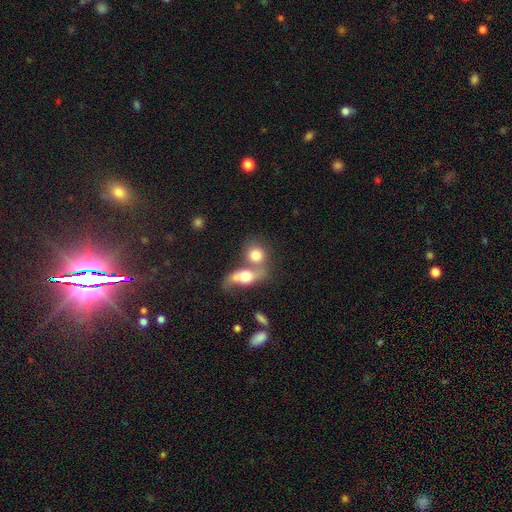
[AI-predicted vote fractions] Smooth or featured?
  - smooth: 72% *
  - featured or disk: 20%
  - star or artifact: 9%
How rounded?
  - round: 62% *
  - in between: 35%
  - cigar-shaped: 3%
Merging?
  - merger: 58% *
  - none: 27%
  - minor disturbance: 8%
  - major disturbance: 7%